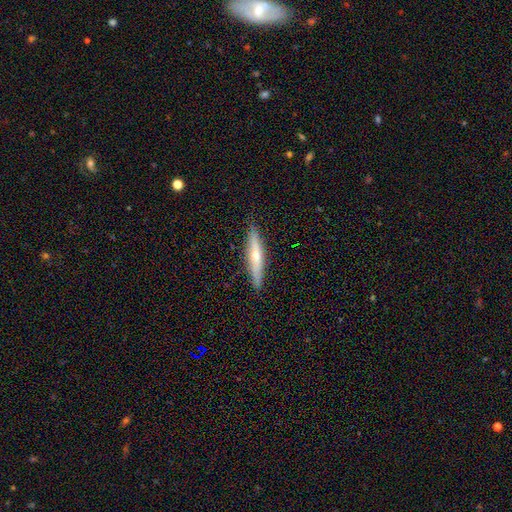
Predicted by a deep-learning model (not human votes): Smooth or featured? featured or disk (54%)
Edge-on disk? yes (94%)
Edge-on bulge? rounded (78%)
Merging? none (89%)